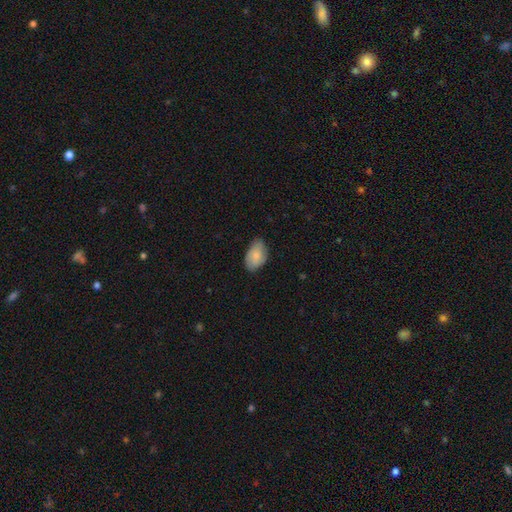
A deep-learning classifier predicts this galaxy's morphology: Q: Smooth or featured?
A: smooth (79%); runner-up: featured or disk (15%)
Q: How rounded?
A: in between (92%); runner-up: round (7%)
Q: Merging?
A: none (66%); runner-up: minor disturbance (29%)